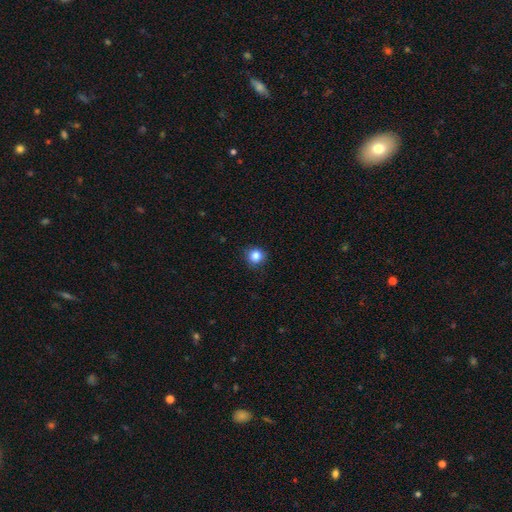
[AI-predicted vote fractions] Morphology: type=smooth (85%); roundness=round (91%); merging=none (89%).